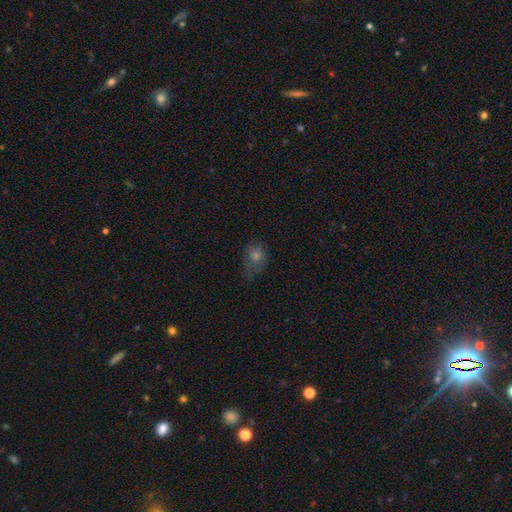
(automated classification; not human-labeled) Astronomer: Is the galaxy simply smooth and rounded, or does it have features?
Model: smooth — 63%.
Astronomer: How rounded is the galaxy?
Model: round — 51% (runner-up: in between, 48%).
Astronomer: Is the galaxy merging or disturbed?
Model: none — 50% (runner-up: minor disturbance, 30%).